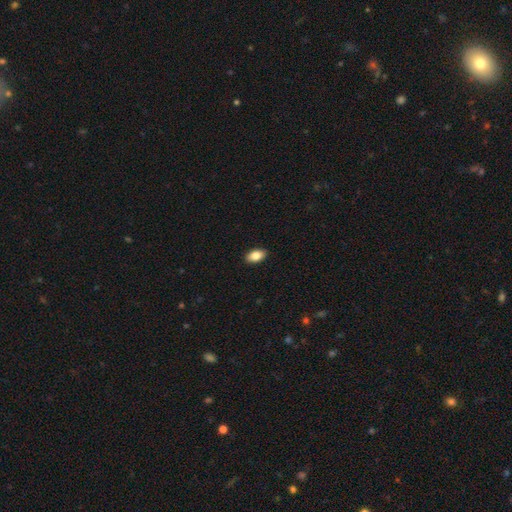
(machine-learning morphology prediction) Overall: smooth (85%). How rounded: in between (92%). Merging: none (90%).